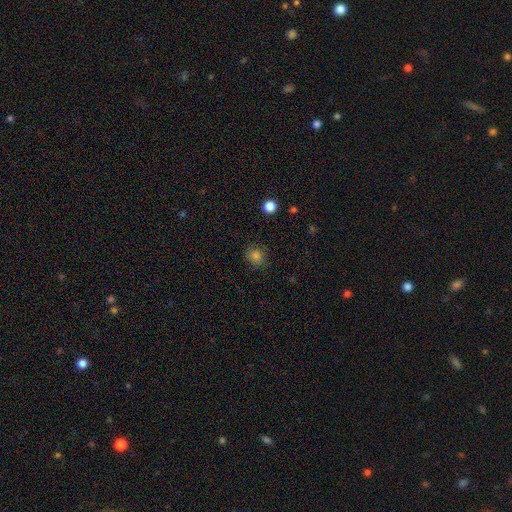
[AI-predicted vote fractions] smooth_or_featured: smooth (p=0.81) [alt: star or artifact p=0.13]
how_rounded: round (p=0.80) [alt: in between p=0.20]
merging: none (p=0.83) [alt: minor disturbance p=0.12]